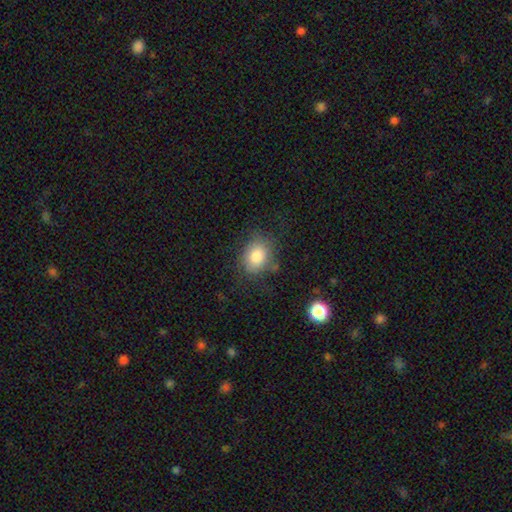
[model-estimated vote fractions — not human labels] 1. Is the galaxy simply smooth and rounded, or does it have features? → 82% smooth, 9% star or artifact, 9% featured or disk.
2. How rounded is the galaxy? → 57% in between, 42% round, 1% cigar-shaped.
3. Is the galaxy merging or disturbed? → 73% none, 19% minor disturbance, 6% major disturbance, 3% merger.